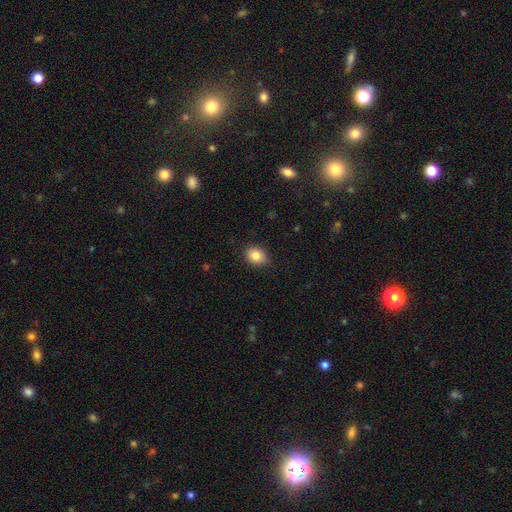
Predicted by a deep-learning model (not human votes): This is clearly a smooth galaxy (84%). How rounded: possibly in between (52%). Merging: clearly none (81%).